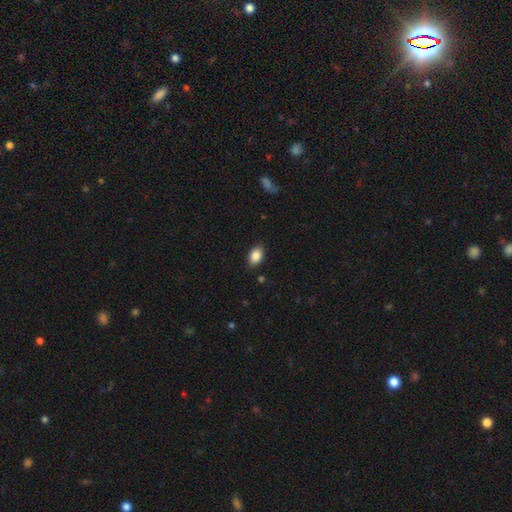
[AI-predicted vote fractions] Smooth or featured: smooth — 87% (star or artifact — 8%)
How rounded: in between — 88% (round — 11%)
Merging: none — 86% (minor disturbance — 10%)